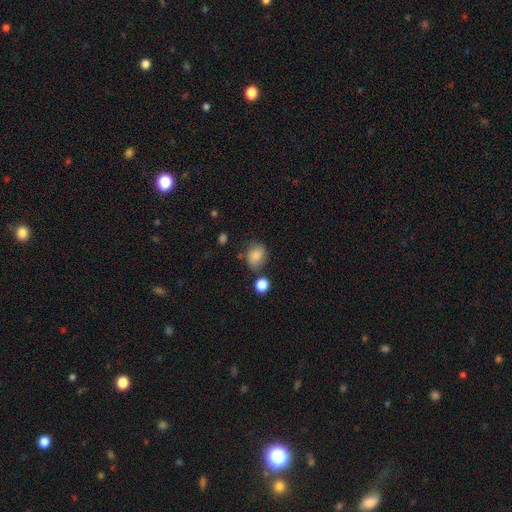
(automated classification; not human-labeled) A smooth galaxy with no disk features (81%) that is round (63%).

Vote fractions:
- Smooth or featured? smooth: 81% / star or artifact: 10% / featured or disk: 10%
- How rounded? round: 63% / in between: 36% / cigar-shaped: 1%
- Merging? none: 66% / minor disturbance: 21% / merger: 7% / major disturbance: 7%